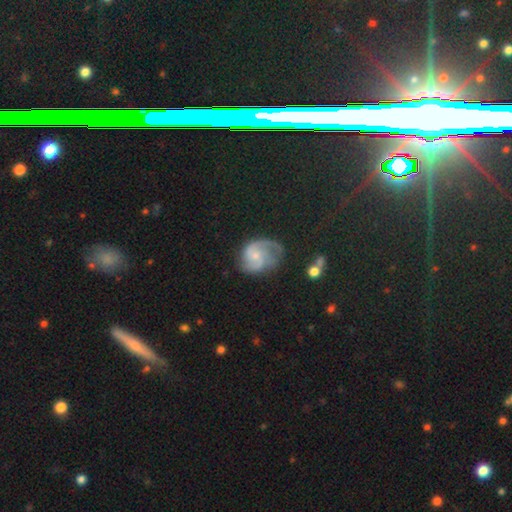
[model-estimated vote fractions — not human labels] Smooth or featured?
  - featured or disk: 75% *
  - smooth: 18%
  - star or artifact: 7%
Edge-on disk?
  - no: 98% *
  - yes: 2%
Bar?
  - no: 62% *
  - weak: 33%
  - strong: 5%
Spiral arms?
  - yes: 92% *
  - no: 8%
Spiral winding?
  - medium: 48% *
  - loose: 30%
  - tight: 22%
Spiral arm count?
  - 2: 60% *
  - can't tell: 13%
  - 3: 12%
  - 1: 10%
  - 4: 3%
  - more than 4: 2%
Bulge size?
  - small: 63% *
  - moderate: 27%
  - none: 7%
  - large: 2%
  - dominant: 1%
Merging?
  - none: 47% *
  - minor disturbance: 26%
  - major disturbance: 23%
  - merger: 3%